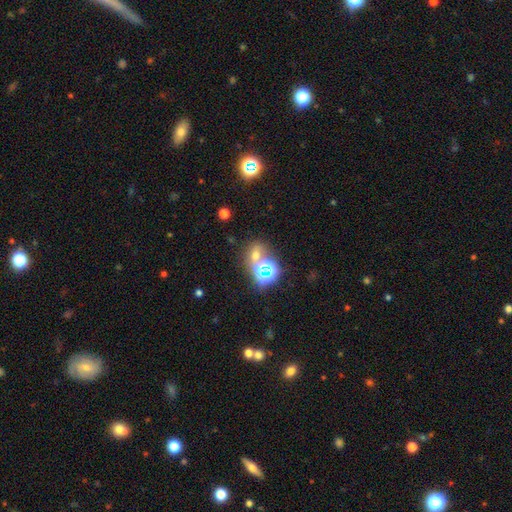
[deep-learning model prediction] A star or artifact, not a galaxy (47%).